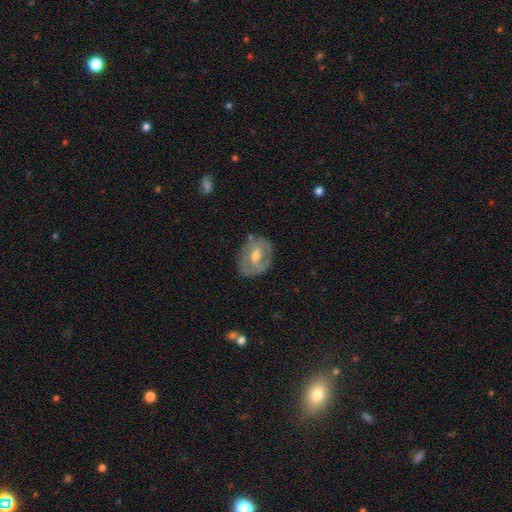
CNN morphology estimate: This is likely a featured or disk galaxy (64%). It is clearly not viewed edge-on (95%). Bar: possibly weak (45%). Spiral arm pattern: possibly yes (54%). Central bulge: likely moderate (66%). Merging: likely none (73%).